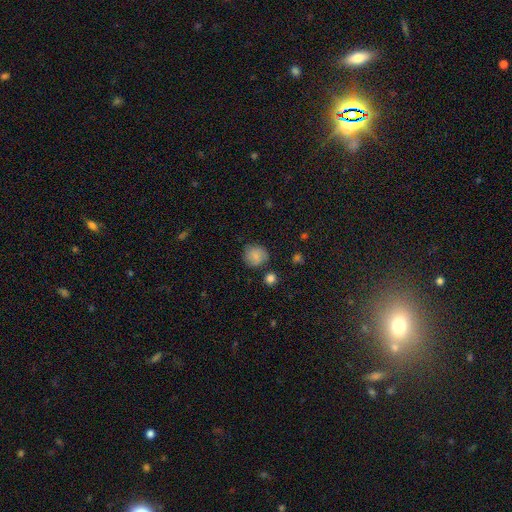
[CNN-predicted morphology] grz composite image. It shows a smooth galaxy with no disk features (80%) that is round (86%). Merging: none (77%).